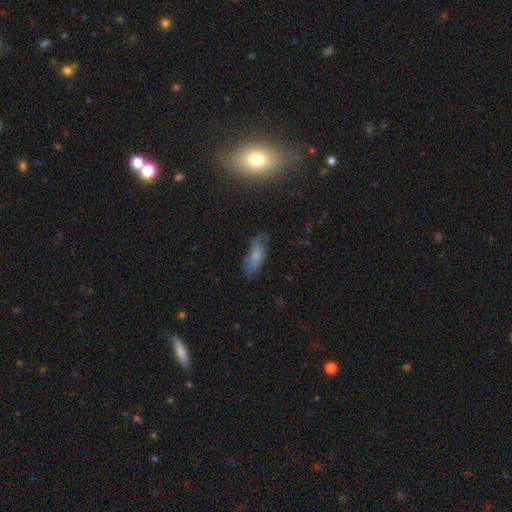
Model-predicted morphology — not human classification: smooth-or-featured: smooth: 67% | featured or disk: 22% | star or artifact: 11%
  how-rounded: in between: 70% | cigar-shaped: 27% | round: 3%
  merging: none: 56% | minor disturbance: 30% | major disturbance: 12% | merger: 2%